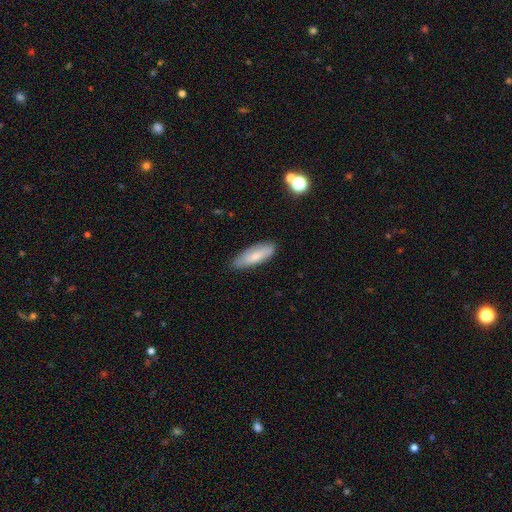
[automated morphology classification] Smooth or featured?
  - smooth: 73% *
  - featured or disk: 21%
  - star or artifact: 6%
How rounded?
  - in between: 58% *
  - cigar-shaped: 40%
  - round: 2%
Merging?
  - none: 78% *
  - minor disturbance: 18%
  - major disturbance: 3%
  - merger: 1%